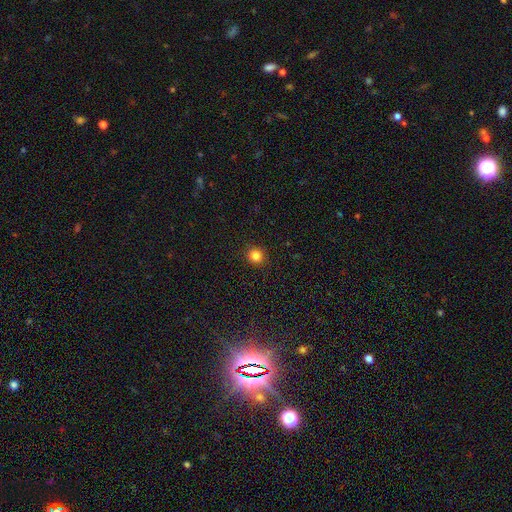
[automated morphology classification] A smooth galaxy with no disk features (84%) that is round (89%). Merging: none (92%).